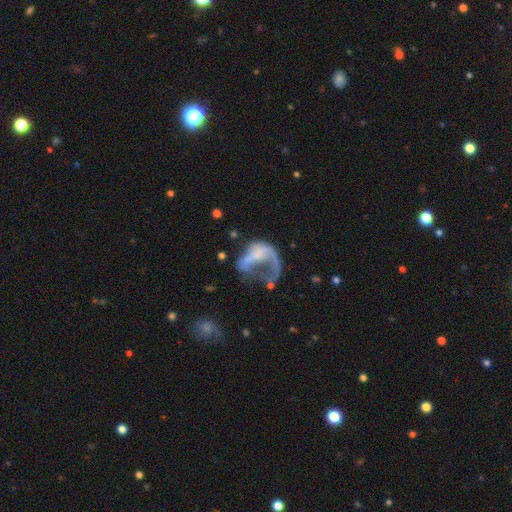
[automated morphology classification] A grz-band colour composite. It shows a featured or disk galaxy (60%) with no bar (76%), no spiral arms (60%) and no central bulge (65%). Merging: major disturbance (59%).